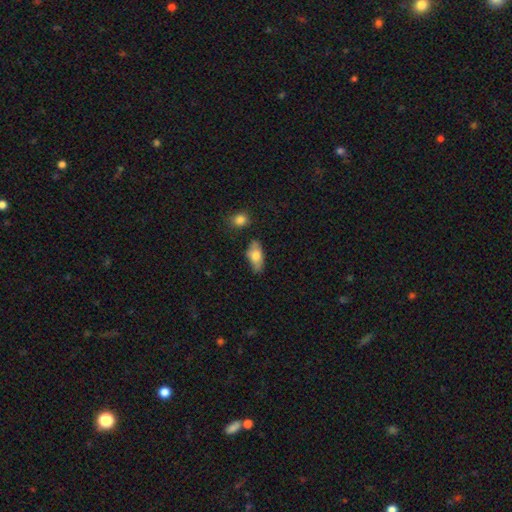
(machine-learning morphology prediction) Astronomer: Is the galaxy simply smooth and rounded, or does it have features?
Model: smooth — 70%.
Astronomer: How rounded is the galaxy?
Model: in between — 88%.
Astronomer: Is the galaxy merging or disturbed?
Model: none — 68%.